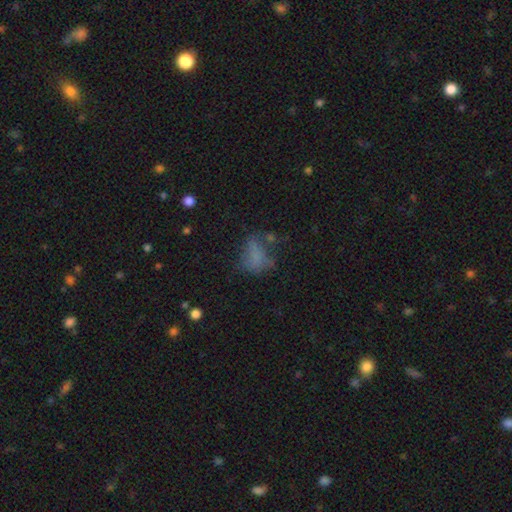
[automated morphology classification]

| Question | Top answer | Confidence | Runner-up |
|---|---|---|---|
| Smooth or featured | smooth | 58% | featured or disk (23%) |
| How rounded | in between | 73% | round (23%) |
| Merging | none | 37% | major disturbance (31%) |